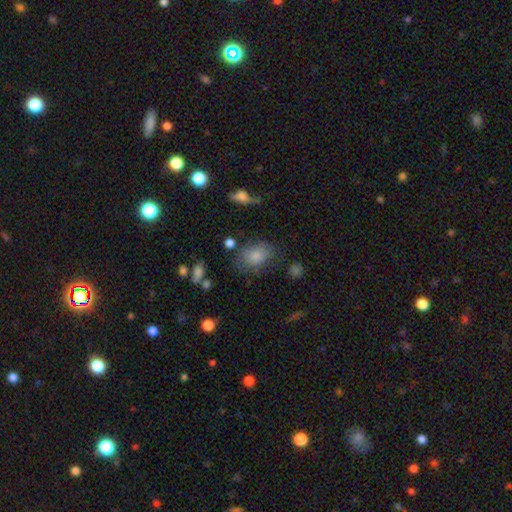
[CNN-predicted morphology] type=smooth (72%); roundness=in between (81%); merging=none (67%).